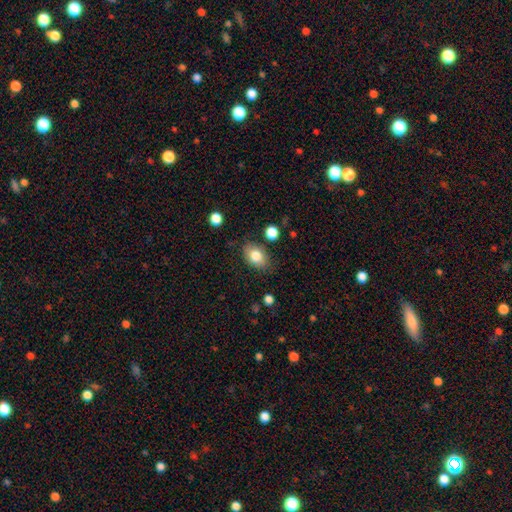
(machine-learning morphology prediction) This appears to be a smooth galaxy with no disk features (81%) that is in between round and cigar-shaped (81%). Merging: none (79%).